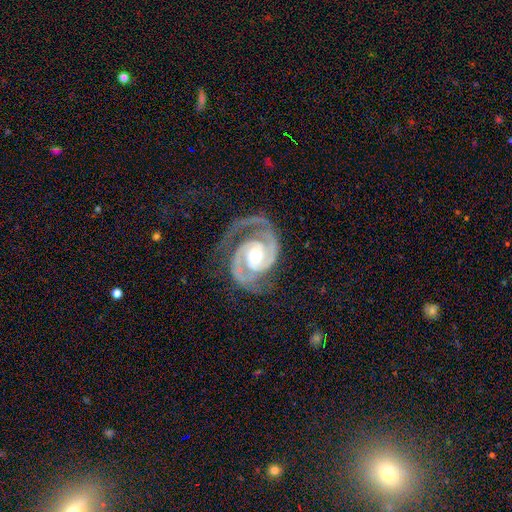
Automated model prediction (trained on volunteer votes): Smooth or featured?
  - featured or disk: 94% *
  - star or artifact: 4%
  - smooth: 2%
Edge-on disk?
  - no: 98% *
  - yes: 2%
Bar?
  - no: 58% *
  - weak: 30%
  - strong: 12%
Spiral arms?
  - yes: 99% *
  - no: 1%
Spiral winding?
  - tight: 48% *
  - medium: 45%
  - loose: 7%
Spiral arm count?
  - 2: 90% *
  - 3: 4%
  - can't tell: 2%
  - 1: 2%
  - 4: 1%
  - more than 4: 1%
Bulge size?
  - moderate: 61% *
  - small: 34%
  - large: 3%
  - none: 1%
  - dominant: 1%
Merging?
  - none: 70% *
  - minor disturbance: 17%
  - major disturbance: 12%
  - merger: 2%